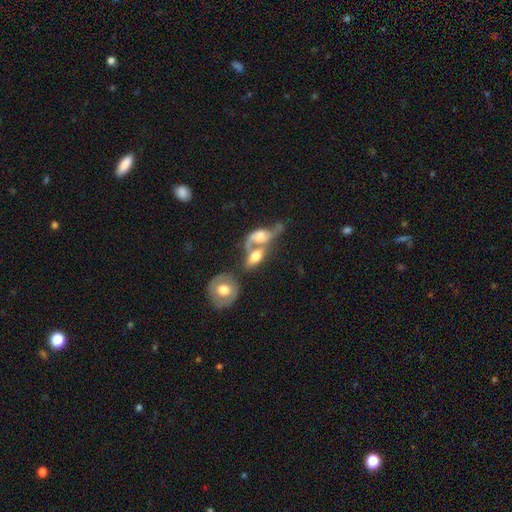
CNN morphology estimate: This is possibly a featured or disk galaxy (47%). Merging: likely merger (63%).